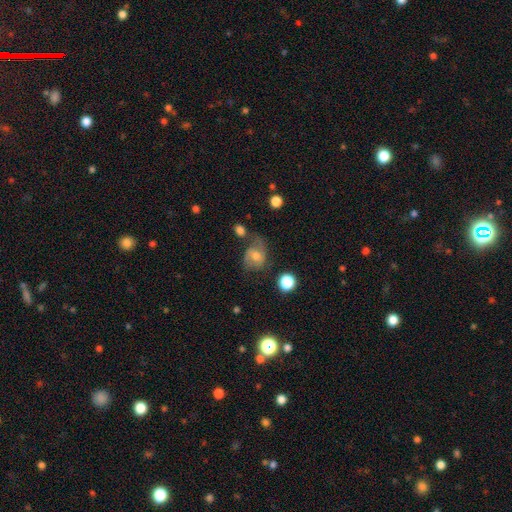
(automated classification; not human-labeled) This appears to be a smooth galaxy with no disk features (55%) that is round (52%). Merging: none (42%).